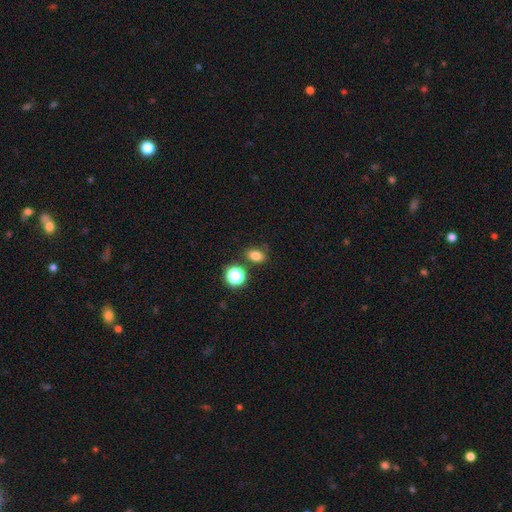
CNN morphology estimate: smooth 79%, star or artifact 15%, featured or disk 6%. Down the decision tree: how rounded — in between (71%); merging — none (73%).